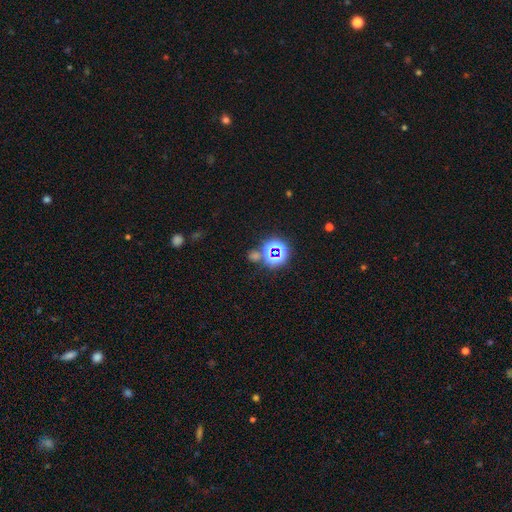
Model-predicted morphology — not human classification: Overall: star or artifact (64%; smooth 27%).